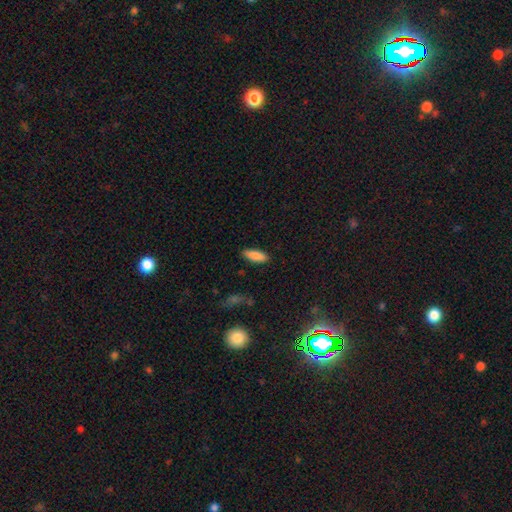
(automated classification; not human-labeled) Smooth or featured? smooth (88%)
How rounded? in between (67%)
Merging? none (87%)